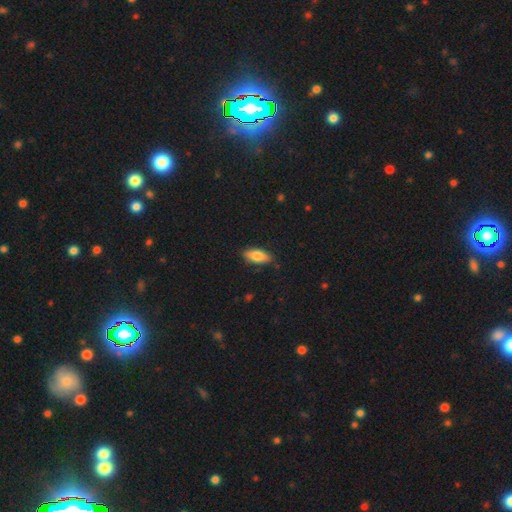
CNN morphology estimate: Smooth or featured? Predicted: smooth (p=0.79). How rounded? Predicted: in between (p=0.82). Merging? Predicted: none (p=0.86).